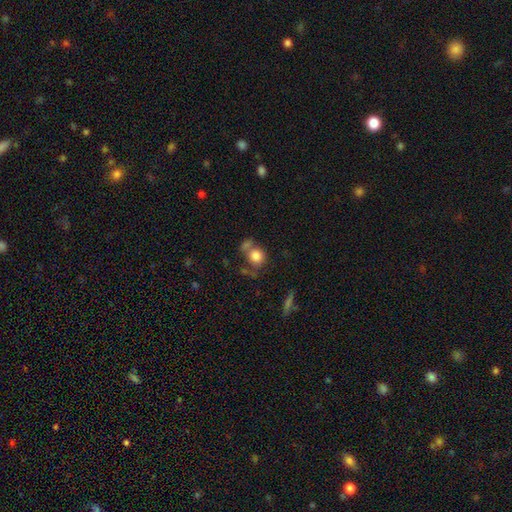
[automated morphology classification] This appears to be a smooth galaxy with no disk features (80%) that is round (82%). Merging: none (45%).